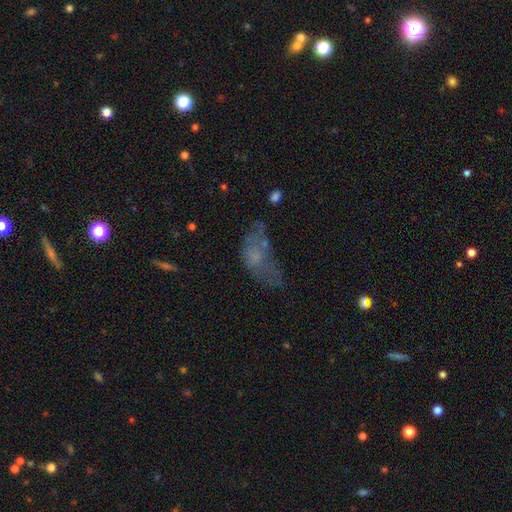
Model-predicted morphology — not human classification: This appears to be a smooth galaxy with no disk features (48%). Merging: major disturbance (34%).